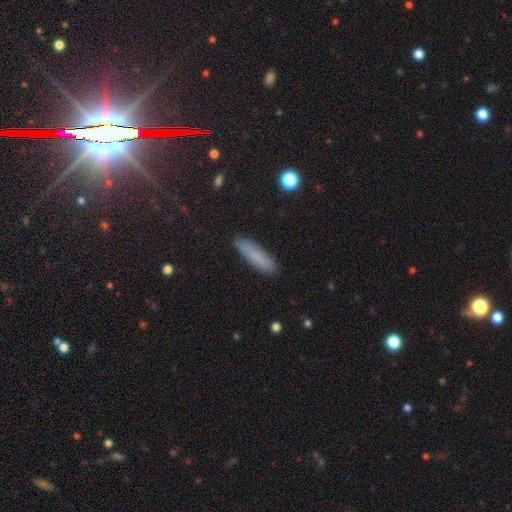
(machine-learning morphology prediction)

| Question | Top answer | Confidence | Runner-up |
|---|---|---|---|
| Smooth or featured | smooth | 81% | featured or disk (11%) |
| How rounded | cigar-shaped | 73% | in between (25%) |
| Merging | none | 88% | minor disturbance (9%) |